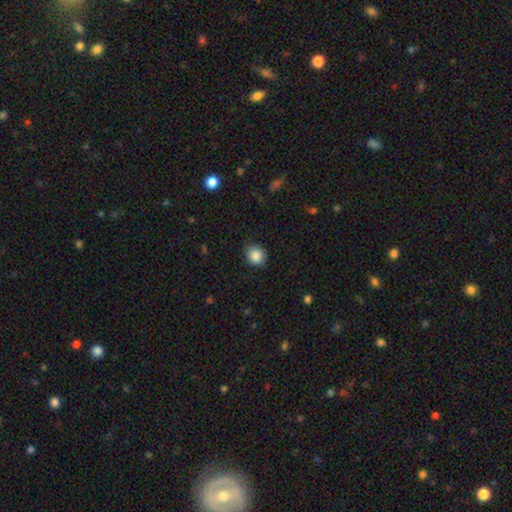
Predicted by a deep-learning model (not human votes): Overall: smooth (86%). How rounded: round (80%). Merging: none (85%).